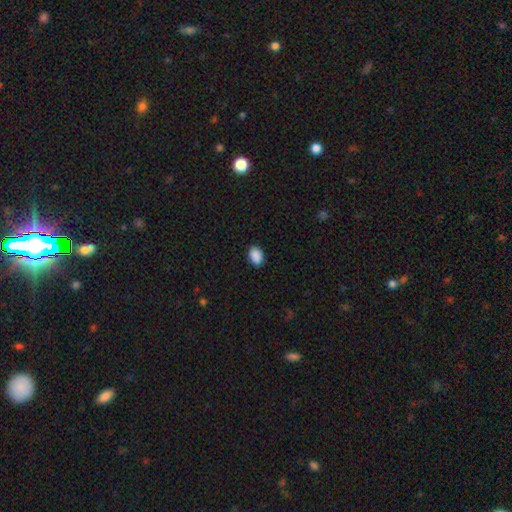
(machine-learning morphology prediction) This appears to be a smooth galaxy with no disk features (90%) that is in between round and cigar-shaped (82%). Merging: none (89%).